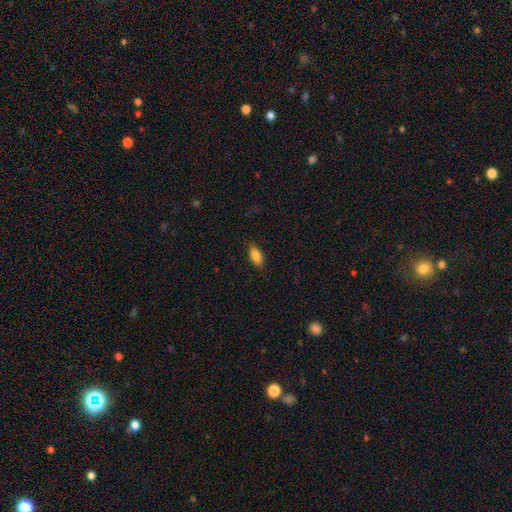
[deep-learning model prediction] Smooth or featured?
  - smooth: 85% *
  - star or artifact: 7%
  - featured or disk: 7%
How rounded?
  - in between: 85% *
  - cigar-shaped: 13%
  - round: 3%
Merging?
  - none: 87% *
  - minor disturbance: 10%
  - major disturbance: 2%
  - merger: 1%